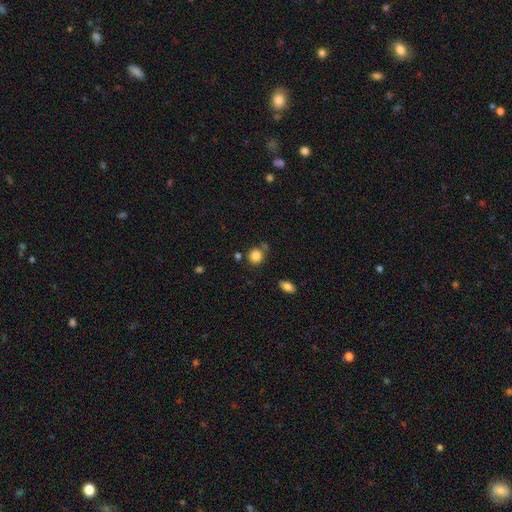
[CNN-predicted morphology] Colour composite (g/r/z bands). It shows a smooth galaxy with no disk features (85%) that is round (84%). Merging: none (72%).